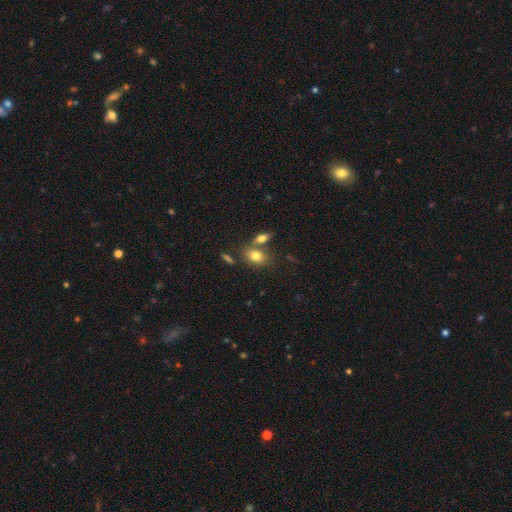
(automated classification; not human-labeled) smooth_or_featured: smooth (p=0.78) [alt: featured or disk p=0.12]
how_rounded: in between (p=0.71) [alt: round p=0.27]
merging: none (p=0.54) [alt: merger p=0.30]